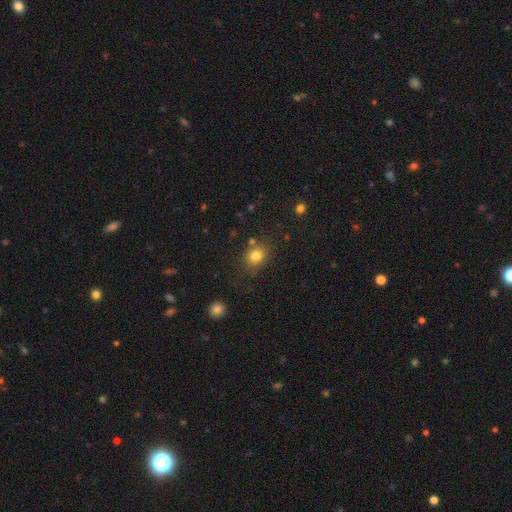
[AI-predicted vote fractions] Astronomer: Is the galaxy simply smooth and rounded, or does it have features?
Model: smooth — 81%.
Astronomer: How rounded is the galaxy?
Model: round — 64%.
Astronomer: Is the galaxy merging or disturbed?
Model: none — 76%.